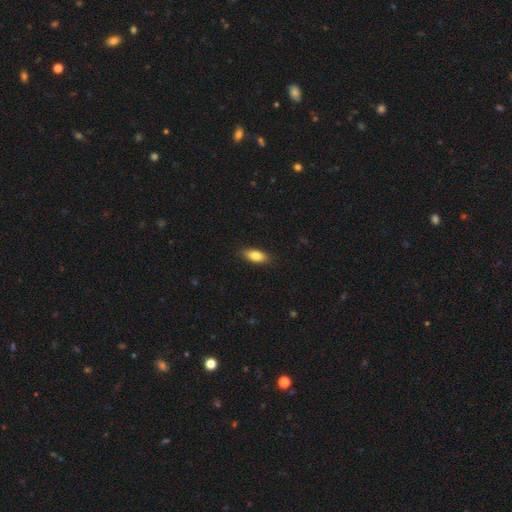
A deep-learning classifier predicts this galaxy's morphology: Q: Smooth or featured?
A: smooth (81%); runner-up: featured or disk (12%)
Q: How rounded?
A: in between (82%); runner-up: cigar-shaped (15%)
Q: Merging?
A: none (88%); runner-up: minor disturbance (9%)